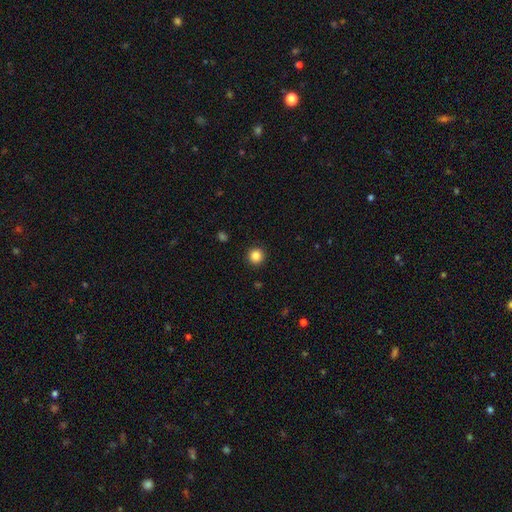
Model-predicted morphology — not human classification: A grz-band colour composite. It shows a smooth galaxy with no disk features (85%) that is round (95%). Merging: none (93%).